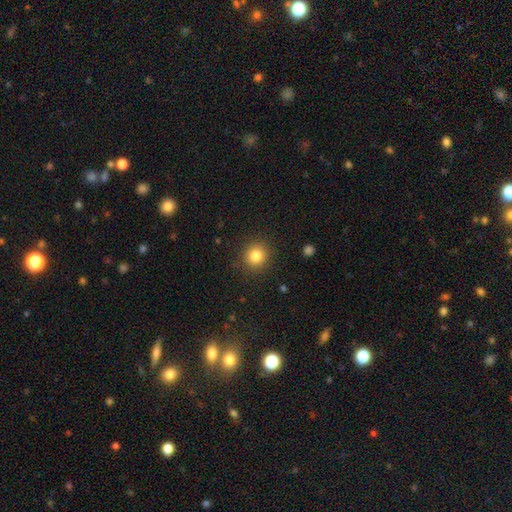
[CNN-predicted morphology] A smooth galaxy with no disk features (82%) that is round (89%). Merging: none (89%).